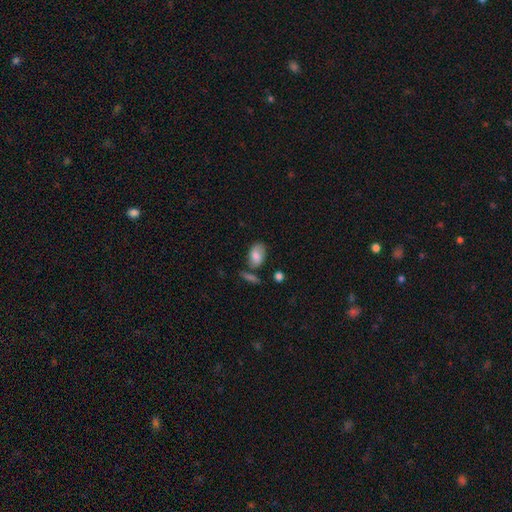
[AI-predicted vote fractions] Q: Smooth or featured?
A: smooth (77%); runner-up: featured or disk (16%)
Q: How rounded?
A: in between (89%); runner-up: round (9%)
Q: Merging?
A: none (60%); runner-up: minor disturbance (23%)